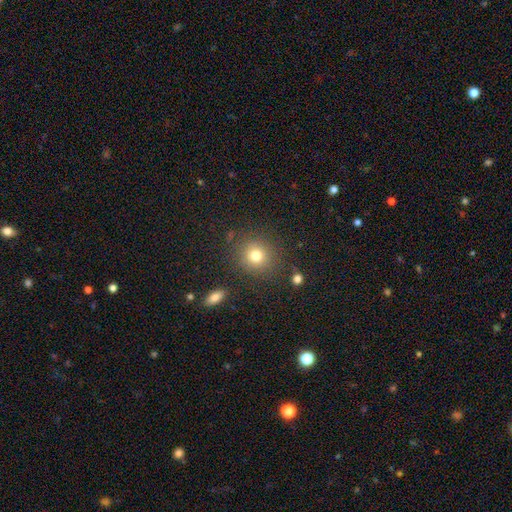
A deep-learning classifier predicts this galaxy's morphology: Overall: smooth (78%). How rounded: round (89%). Merging: none (85%).